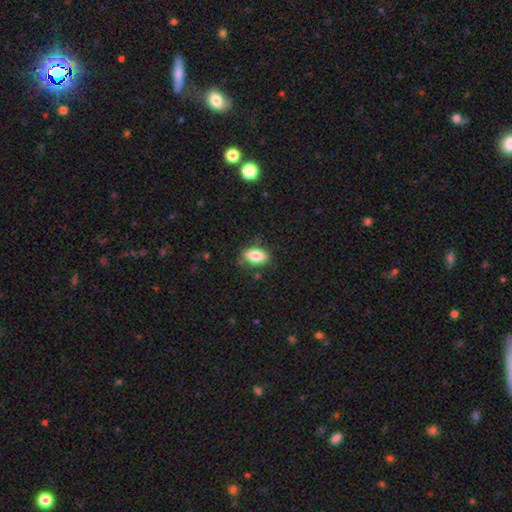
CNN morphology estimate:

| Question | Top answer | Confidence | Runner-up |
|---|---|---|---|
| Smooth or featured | smooth | 83% | featured or disk (10%) |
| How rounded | in between | 89% | round (6%) |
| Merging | none | 80% | minor disturbance (15%) |